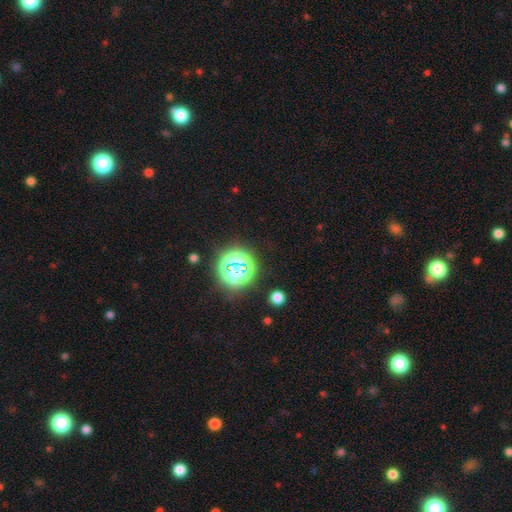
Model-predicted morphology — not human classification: This appears to be a star or artifact, not a galaxy (76%).